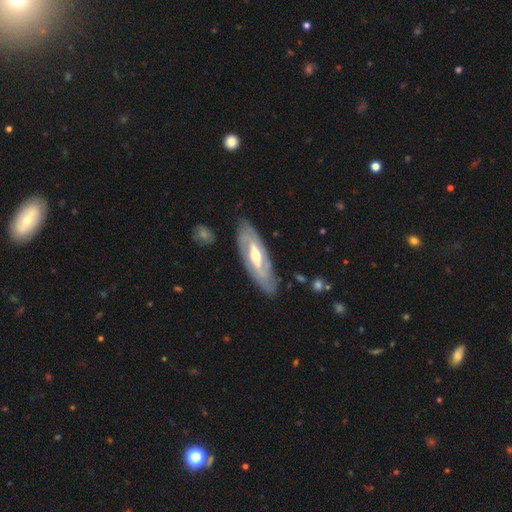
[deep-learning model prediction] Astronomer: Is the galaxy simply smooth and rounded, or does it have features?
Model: featured or disk — 77%.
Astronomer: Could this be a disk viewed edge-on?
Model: no — 81%.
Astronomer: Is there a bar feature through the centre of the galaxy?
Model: weak — 37%, tied with strong at 37%.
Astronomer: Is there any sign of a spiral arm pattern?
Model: yes — 76%.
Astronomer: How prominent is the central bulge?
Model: moderate — 67%.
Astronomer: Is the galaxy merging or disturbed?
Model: none — 81%.